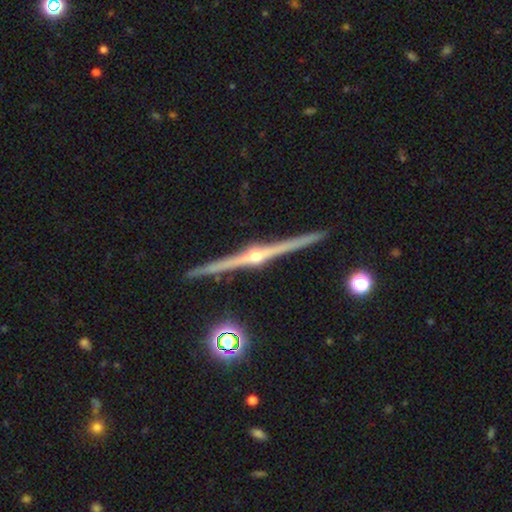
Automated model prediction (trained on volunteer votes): A featured or disk galaxy (90%) viewed edge-on (99%) with a rounded central bulge (94%).

Vote fractions:
- Smooth or featured? featured or disk: 90% / star or artifact: 5% / smooth: 5%
- Edge-on disk? yes: 99% / no: 1%
- Edge-on bulge? rounded: 94% / none: 3% / boxy: 3%
- Merging? none: 93% / minor disturbance: 5% / merger: 1% / major disturbance: 1%